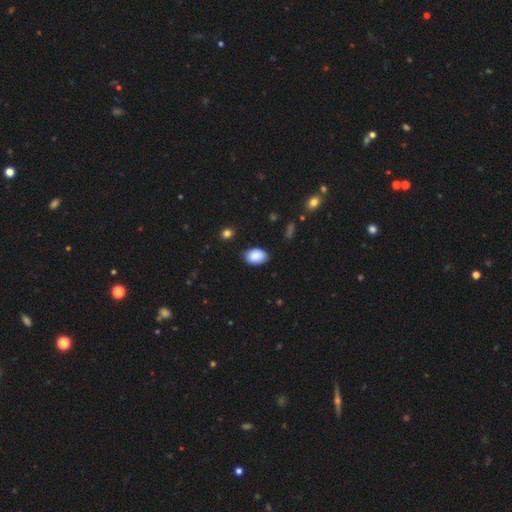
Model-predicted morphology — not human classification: The model was most divided on "merging": none: 82%, minor disturbance: 14%, major disturbance: 2%, merger: 1%. More confident: smooth or featured — smooth (88%); how rounded — in between (86%).